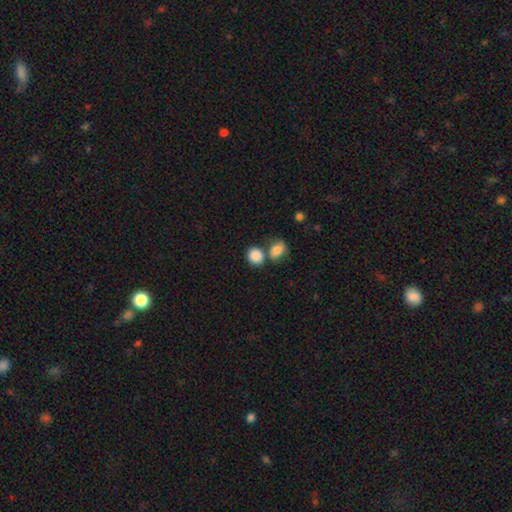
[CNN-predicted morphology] This is clearly a smooth galaxy (86%). How rounded: likely round (67%). Merging: possibly none (54%).